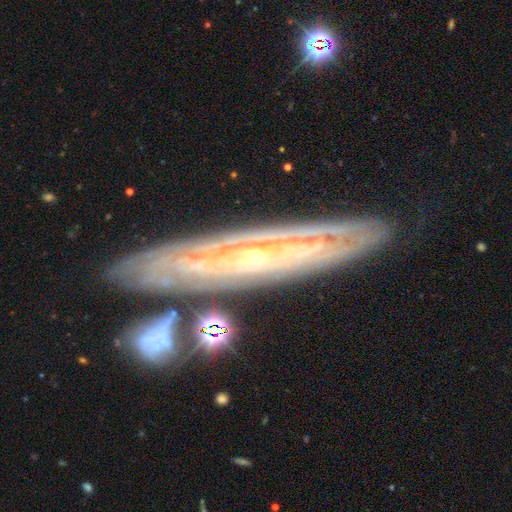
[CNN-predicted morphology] Smooth or featured: featured or disk — 83% (smooth — 10%)
Edge-on disk: no — 61% (yes — 39%)
Bar: no — 63% (weak — 24%)
Spiral arms: yes — 89% (no — 11%)
Bulge size: small — 82% (moderate — 14%)
Merging: none — 79% (minor disturbance — 12%)